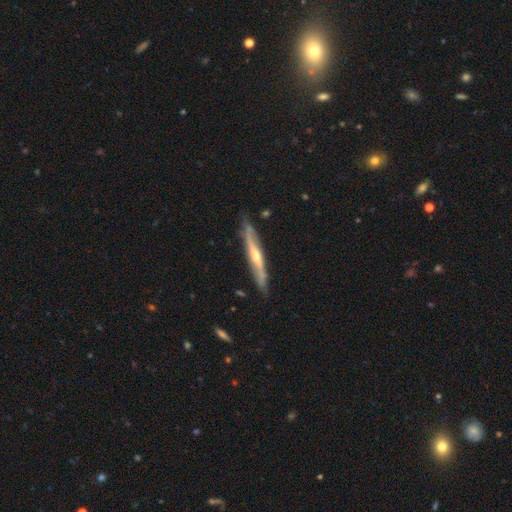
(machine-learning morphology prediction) type=featured or disk (69%); edge-on=yes (84%); edge-on bulge=rounded (72%); merging=none (78%).